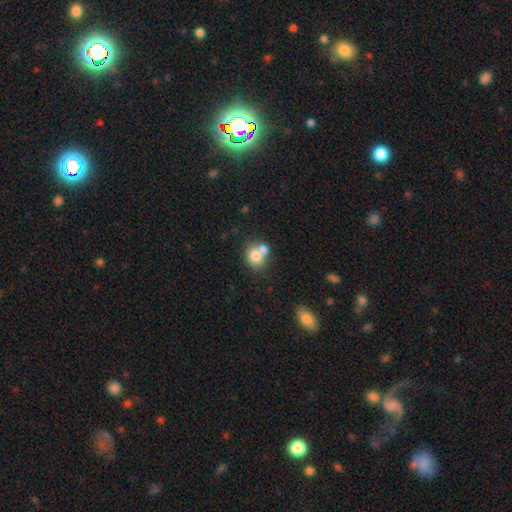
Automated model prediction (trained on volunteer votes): This is likely a smooth galaxy (74%). How rounded: likely round (71%). Merging: possibly merger (47%).